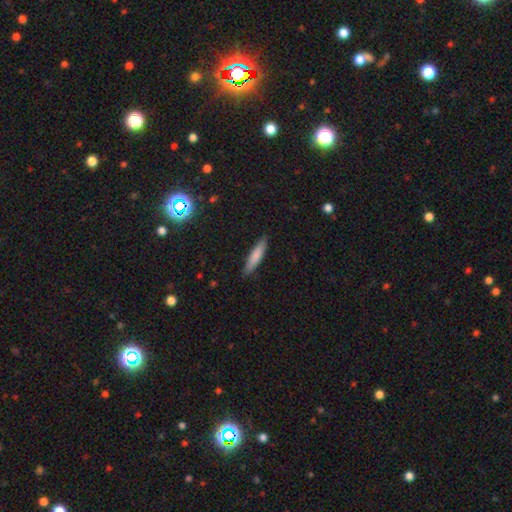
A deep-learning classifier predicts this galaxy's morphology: type=smooth (80%); roundness=cigar-shaped (83%); merging=none (87%).